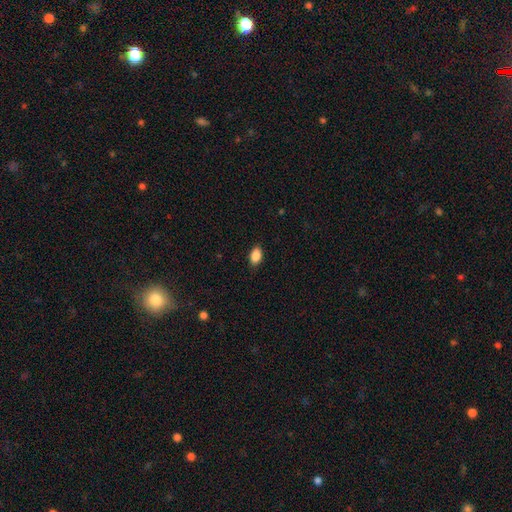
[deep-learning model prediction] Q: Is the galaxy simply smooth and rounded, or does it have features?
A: smooth — 89%.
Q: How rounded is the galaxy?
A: in between — 89%.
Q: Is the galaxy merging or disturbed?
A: none — 86%.